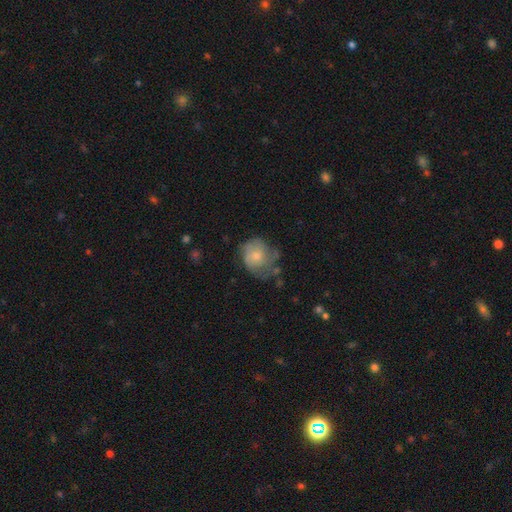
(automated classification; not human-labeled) A smooth galaxy with no disk features (57%) that is round (68%). Merging: none (41%).